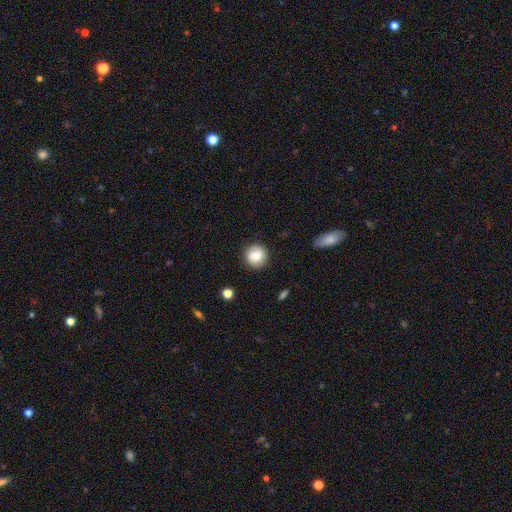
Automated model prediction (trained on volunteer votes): smooth-or-featured: smooth: 83% | star or artifact: 9% | featured or disk: 8%
  how-rounded: round: 92% | in between: 7% | cigar-shaped: 1%
  merging: none: 87% | minor disturbance: 9% | major disturbance: 2% | merger: 1%